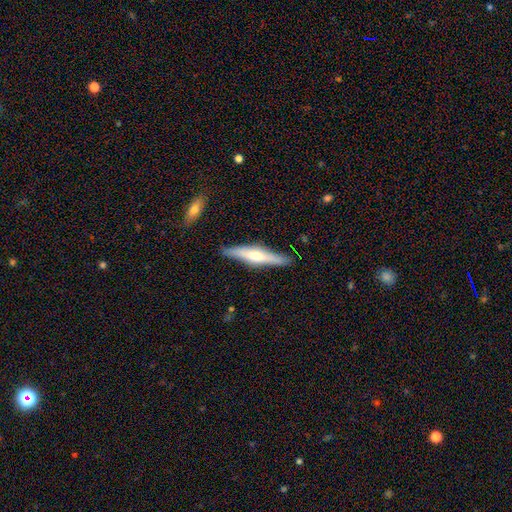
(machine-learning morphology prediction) A featured or disk galaxy (56%) viewed edge-on (94%) with a rounded central bulge (84%). Merging: none (87%).